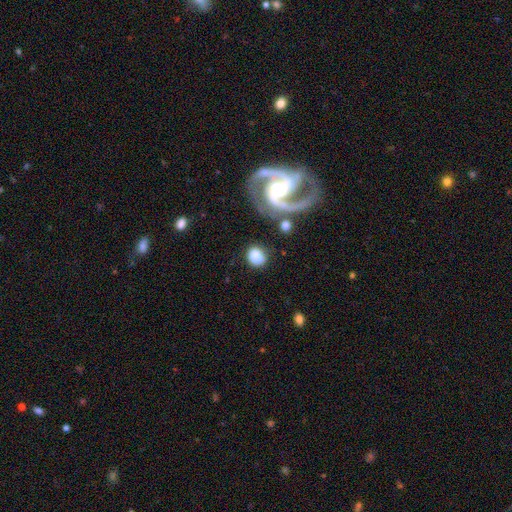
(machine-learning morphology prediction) Smooth or featured? Predicted: smooth (p=0.73). How rounded? Predicted: round (p=0.72). Merging? Predicted: none (p=0.63).